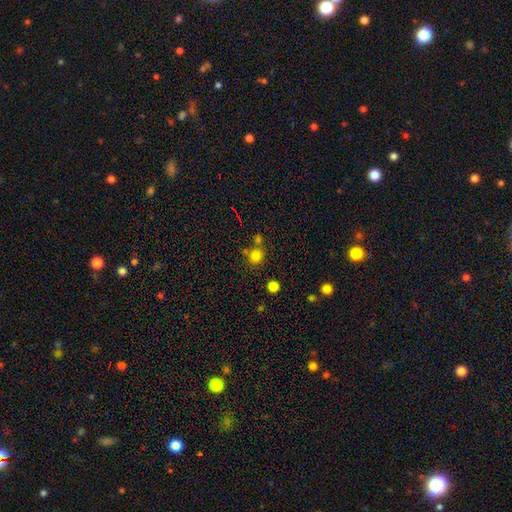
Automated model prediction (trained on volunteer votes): This appears to be a smooth galaxy with no disk features (79%) that is round (89%). Merging: none (70%).